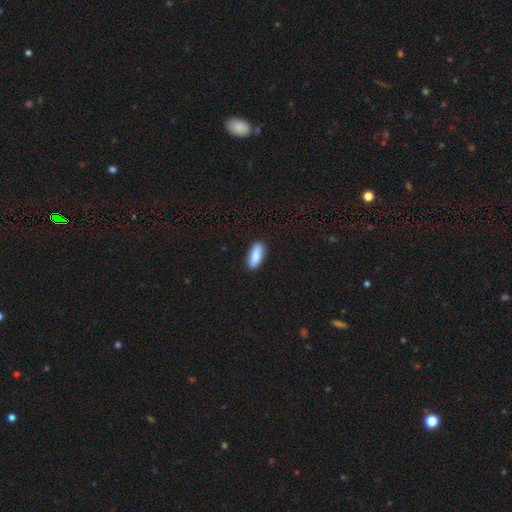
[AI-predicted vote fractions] Smooth or featured: smooth — 87% (featured or disk — 7%)
How rounded: in between — 74% (cigar-shaped — 24%)
Merging: none — 89% (minor disturbance — 8%)